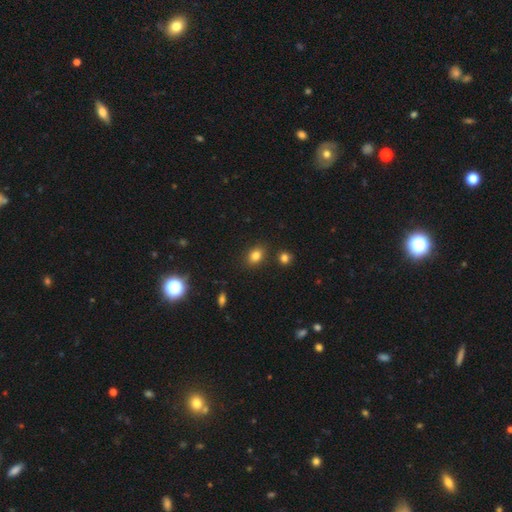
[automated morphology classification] Smooth or featured? smooth (82%)
How rounded? in between (63%)
Merging? none (83%)